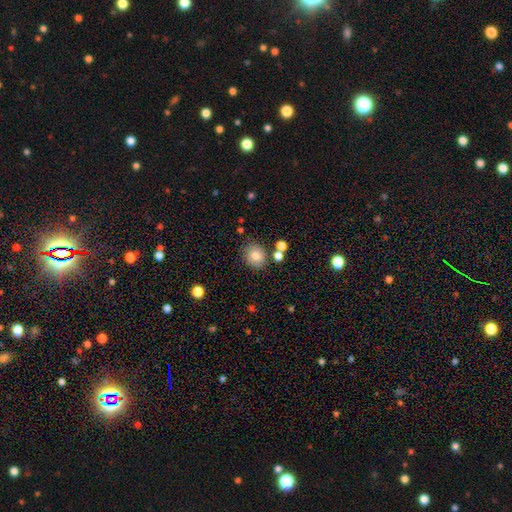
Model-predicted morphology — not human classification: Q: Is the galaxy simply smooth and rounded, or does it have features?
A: smooth — 79%.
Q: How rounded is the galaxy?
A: round — 76%.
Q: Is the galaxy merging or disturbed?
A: none — 78%.